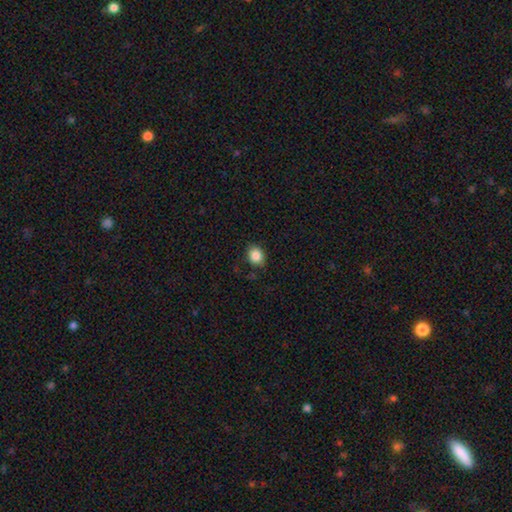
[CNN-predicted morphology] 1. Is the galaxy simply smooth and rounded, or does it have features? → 85% smooth, 9% star or artifact, 5% featured or disk.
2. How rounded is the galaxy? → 53% round, 46% in between, 1% cigar-shaped.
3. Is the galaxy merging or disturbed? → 83% none, 13% minor disturbance, 3% major disturbance, 1% merger.